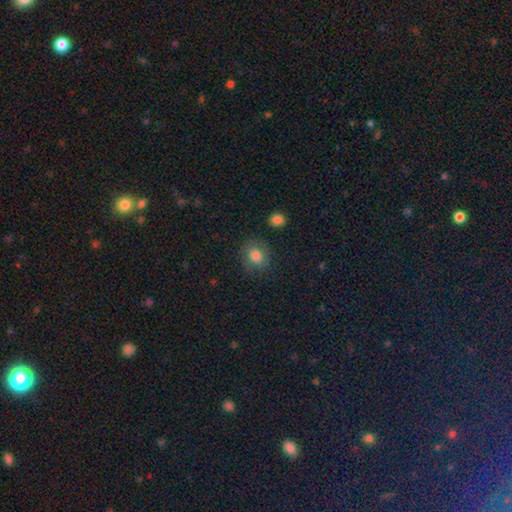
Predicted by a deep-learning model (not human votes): A smooth galaxy with no disk features (77%) that is round (70%).

Vote fractions:
- Smooth or featured? smooth: 77% / star or artifact: 11% / featured or disk: 11%
- How rounded? round: 70% / in between: 29% / cigar-shaped: 1%
- Merging? none: 76% / minor disturbance: 16% / major disturbance: 7% / merger: 2%